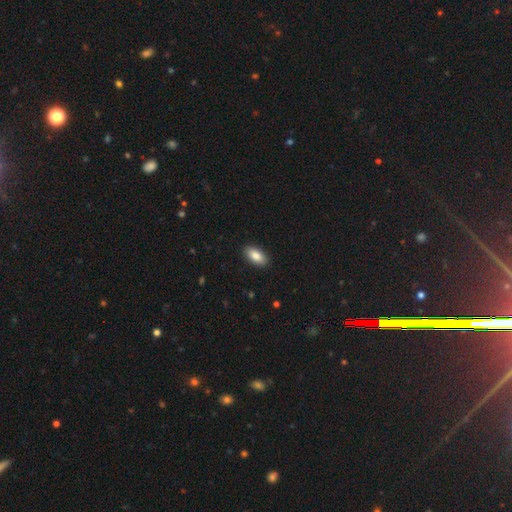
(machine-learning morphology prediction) smooth_or_featured: smooth (p=0.86) [alt: featured or disk p=0.08]
how_rounded: in between (p=0.91) [alt: cigar-shaped p=0.06]
merging: none (p=0.90) [alt: minor disturbance p=0.07]